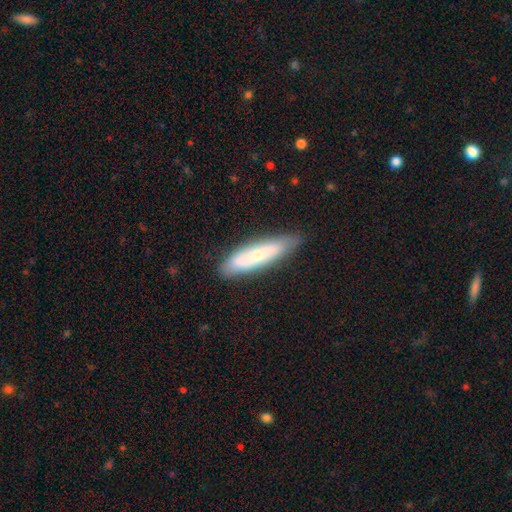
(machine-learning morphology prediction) type=smooth (60%); roundness=cigar-shaped (73%); merging=none (81%).